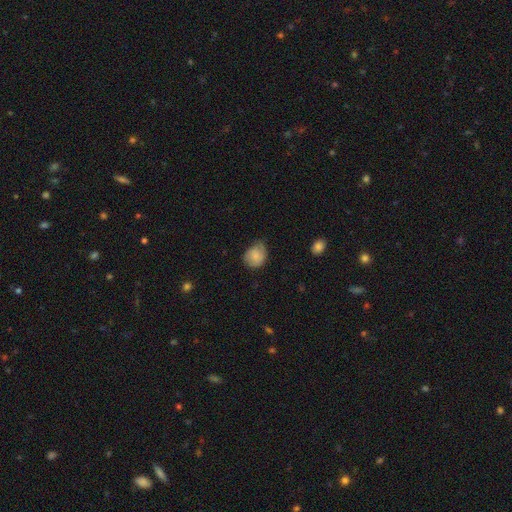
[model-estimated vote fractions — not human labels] Smooth or featured? Predicted: smooth (p=0.78). How rounded? Predicted: round (p=0.56). Merging? Predicted: none (p=0.53).